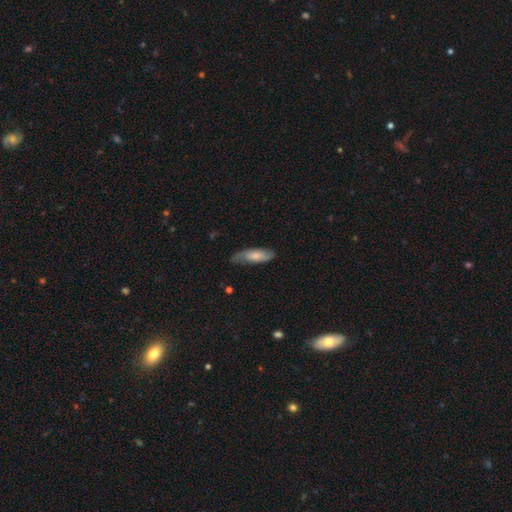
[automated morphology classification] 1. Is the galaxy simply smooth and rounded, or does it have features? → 58% smooth, 36% featured or disk, 6% star or artifact.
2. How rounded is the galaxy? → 62% in between, 36% cigar-shaped, 2% round.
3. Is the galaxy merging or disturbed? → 64% none, 27% minor disturbance, 7% major disturbance, 2% merger.